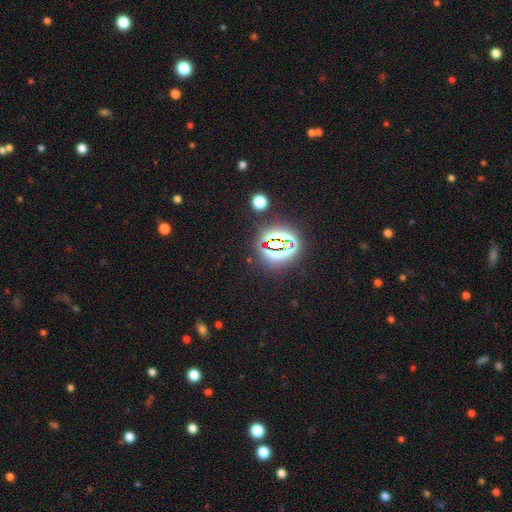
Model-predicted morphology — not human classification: type=star or artifact (82%).